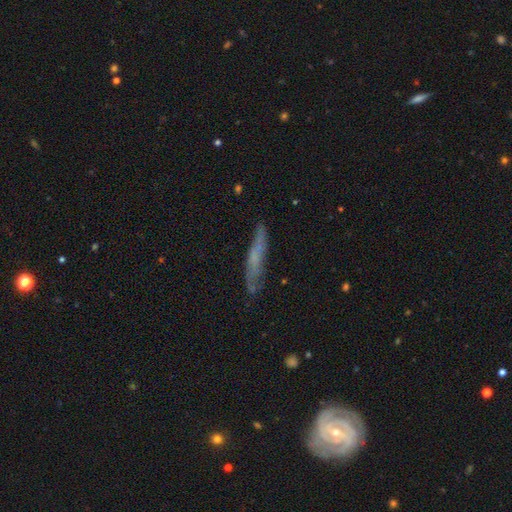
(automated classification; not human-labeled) A featured or disk galaxy (47%).

Vote fractions:
- Smooth or featured? featured or disk: 47% / smooth: 45% / star or artifact: 9%
- Merging? none: 74% / minor disturbance: 19% / major disturbance: 5% / merger: 2%